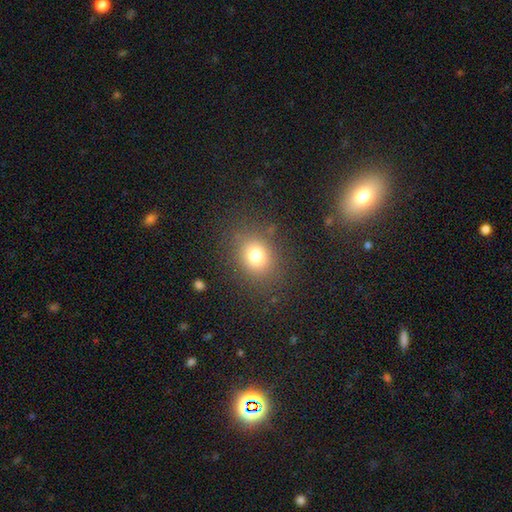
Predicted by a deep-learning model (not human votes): Overall: smooth (76%). How rounded: round (63%; in between 37%). Merging: none (83%).